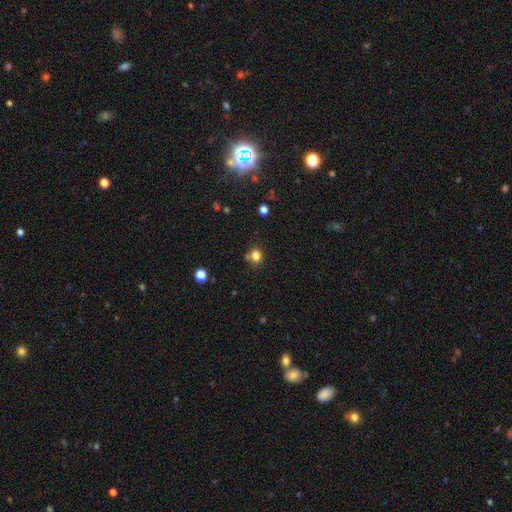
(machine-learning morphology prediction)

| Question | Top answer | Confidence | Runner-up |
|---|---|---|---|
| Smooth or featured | smooth | 81% | star or artifact (13%) |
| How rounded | round | 76% | in between (23%) |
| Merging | none | 68% | minor disturbance (15%) |